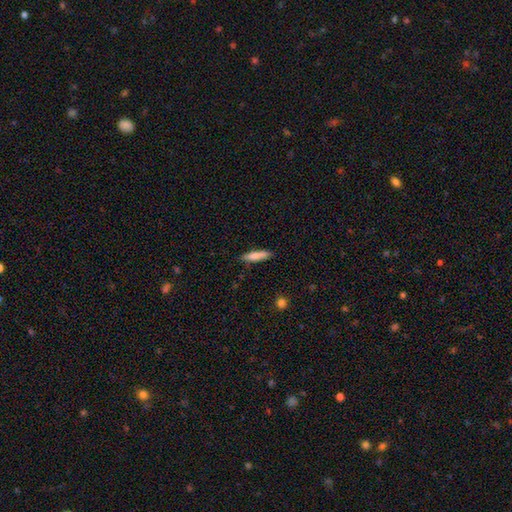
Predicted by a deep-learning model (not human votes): A smooth galaxy with no disk features (79%) that is cigar-shaped (78%). Merging: none (82%).